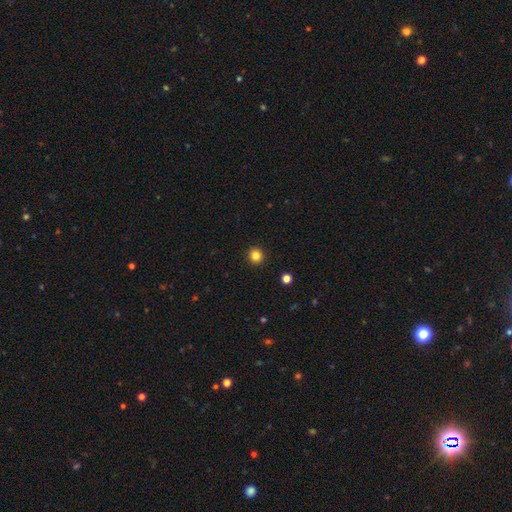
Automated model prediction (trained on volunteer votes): A smooth galaxy with no disk features (84%) that is round (93%). Merging: none (93%).